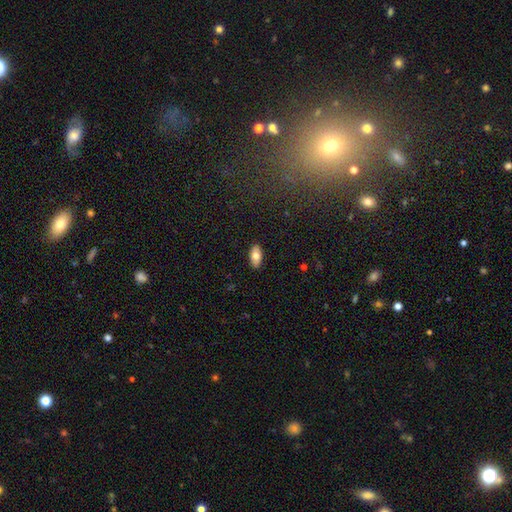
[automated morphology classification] A smooth galaxy with no disk features (77%) that is in between round and cigar-shaped (91%).

Vote fractions:
- Smooth or featured? smooth: 77% / featured or disk: 16% / star or artifact: 7%
- How rounded? in between: 91% / cigar-shaped: 6% / round: 3%
- Merging? none: 89% / minor disturbance: 8% / major disturbance: 2% / merger: 1%